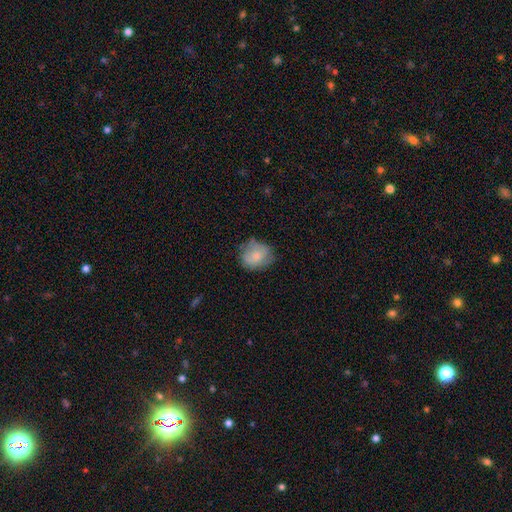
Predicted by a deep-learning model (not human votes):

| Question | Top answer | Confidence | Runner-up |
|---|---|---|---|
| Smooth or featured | smooth | 74% | featured or disk (19%) |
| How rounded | round | 64% | in between (35%) |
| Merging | none | 61% | minor disturbance (29%) |